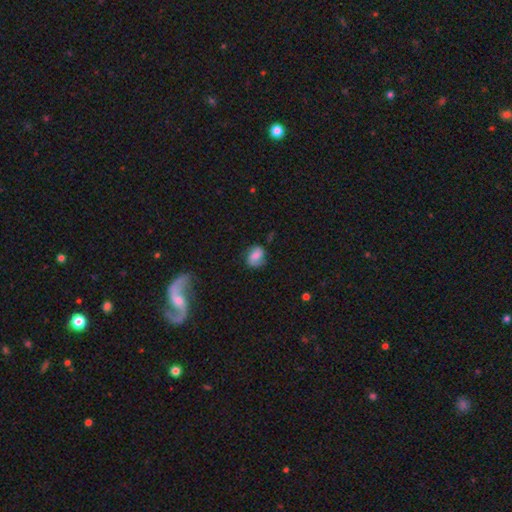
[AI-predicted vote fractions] Overall: smooth (66%). How rounded: in between (66%; round 32%). Merging: none (61%; minor disturbance 27%).